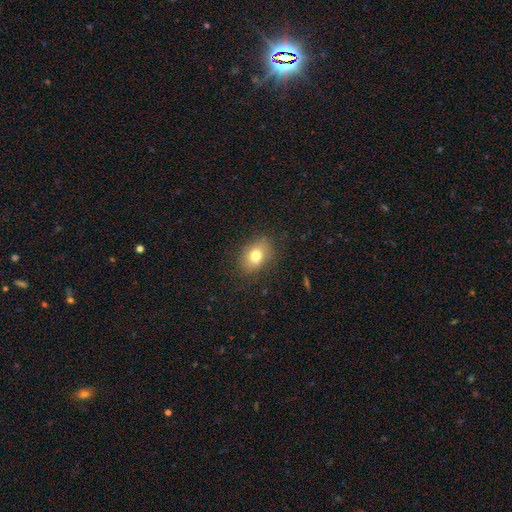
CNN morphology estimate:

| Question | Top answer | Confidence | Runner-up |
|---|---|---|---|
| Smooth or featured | smooth | 77% | featured or disk (13%) |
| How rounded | in between | 75% | round (24%) |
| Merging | none | 80% | minor disturbance (14%) |